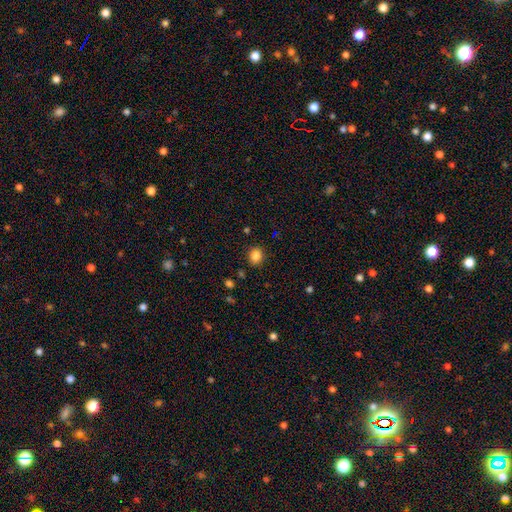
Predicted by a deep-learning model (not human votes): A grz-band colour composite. It shows a smooth galaxy with no disk features (84%) that is round (78%). Merging: none (89%).